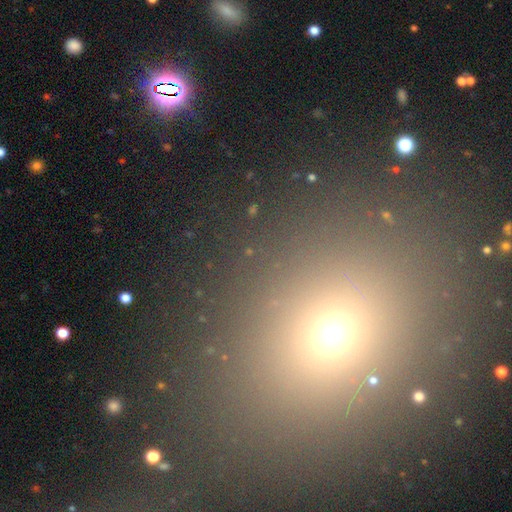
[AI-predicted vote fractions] This appears to be a smooth galaxy with no disk features (55%) that is round (62%). Merging: none (84%).